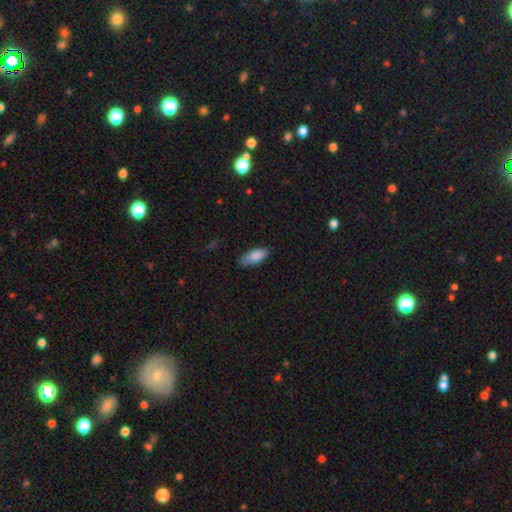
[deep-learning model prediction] Smooth or featured?
  - smooth: 86% *
  - featured or disk: 8%
  - star or artifact: 6%
How rounded?
  - in between: 85% *
  - cigar-shaped: 13%
  - round: 2%
Merging?
  - none: 73% *
  - minor disturbance: 22%
  - major disturbance: 4%
  - merger: 1%